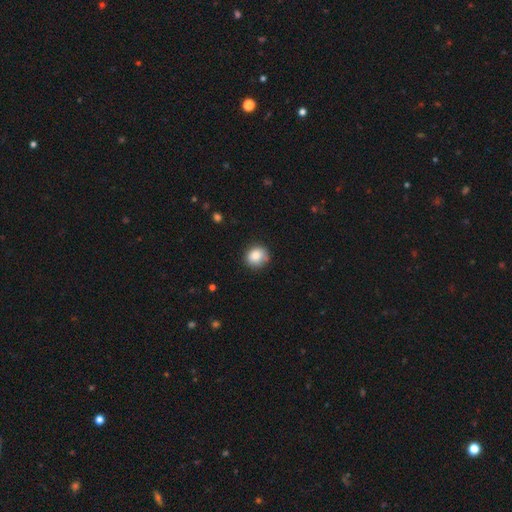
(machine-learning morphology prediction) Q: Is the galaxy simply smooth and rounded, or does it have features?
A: smooth — 84%.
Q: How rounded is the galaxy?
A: round — 82%.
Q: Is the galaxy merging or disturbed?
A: none — 80%.